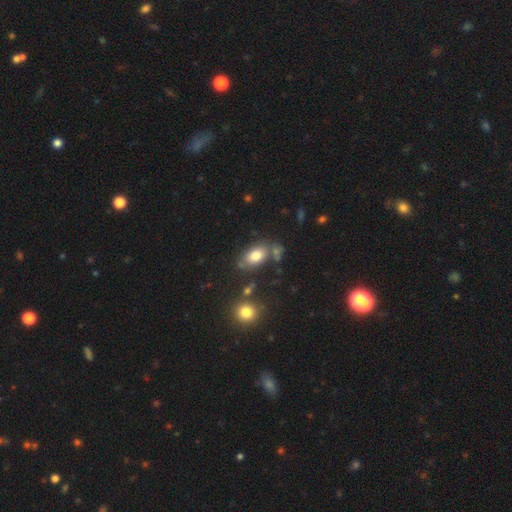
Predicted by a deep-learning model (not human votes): Smooth or featured? smooth (80%)
How rounded? in between (89%)
Merging? none (67%)